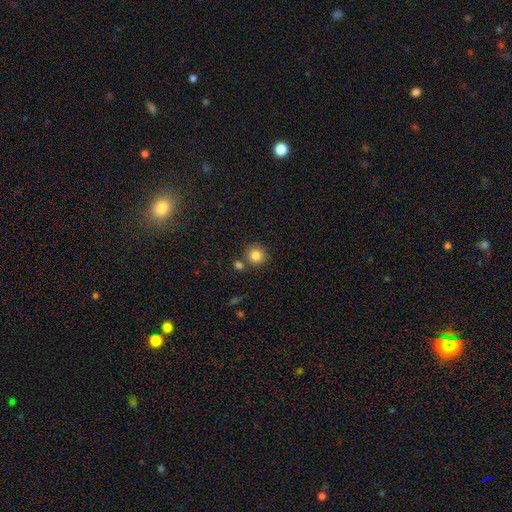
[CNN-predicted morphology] A smooth galaxy with no disk features (84%) that is round (92%).

Vote fractions:
- Smooth or featured? smooth: 84% / star or artifact: 10% / featured or disk: 5%
- How rounded? round: 92% / in between: 7% / cigar-shaped: 1%
- Merging? none: 75% / merger: 13% / minor disturbance: 9% / major disturbance: 3%